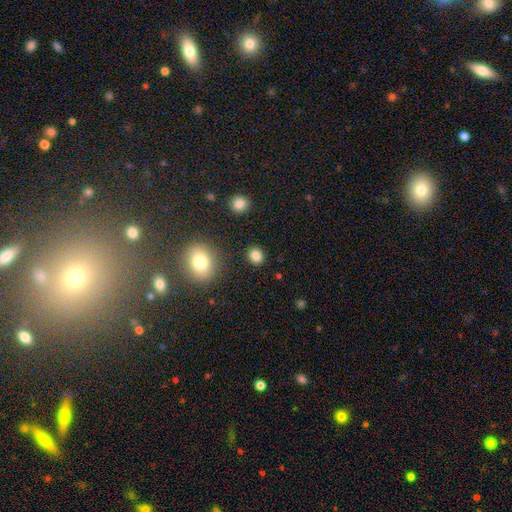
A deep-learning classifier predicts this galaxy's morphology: Overall: smooth (84%). How rounded: round (62%; in between 37%). Merging: none (88%).